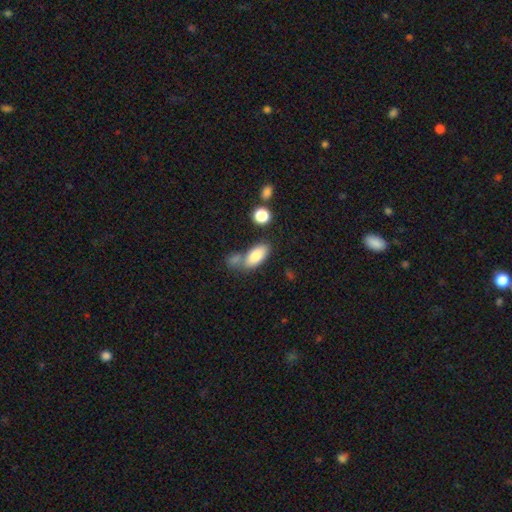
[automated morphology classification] The model was most divided on "merging": none: 51%, merger: 28%, minor disturbance: 15%, major disturbance: 6%. More confident: how rounded — in between (89%); smooth or featured — smooth (82%).